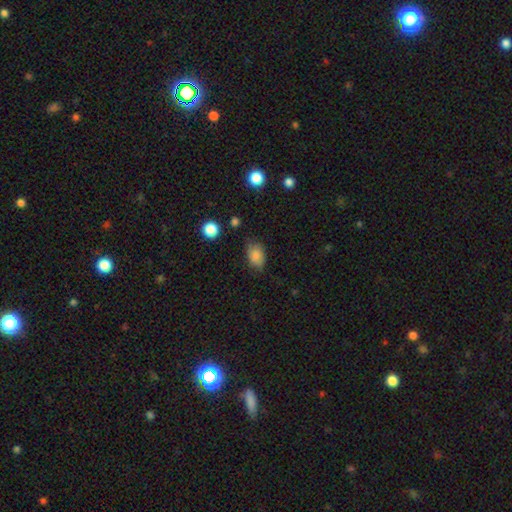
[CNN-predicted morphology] This appears to be a smooth galaxy with no disk features (84%) that is in between round and cigar-shaped (83%). Merging: none (69%).